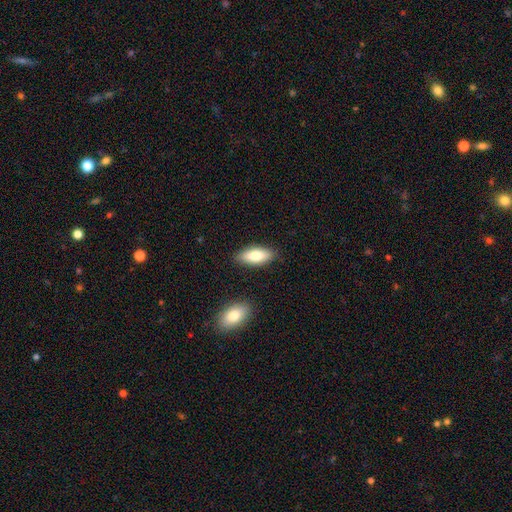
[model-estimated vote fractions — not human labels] Smooth or featured: smooth — 76% (featured or disk — 18%)
How rounded: in between — 82% (cigar-shaped — 15%)
Merging: none — 86% (minor disturbance — 10%)